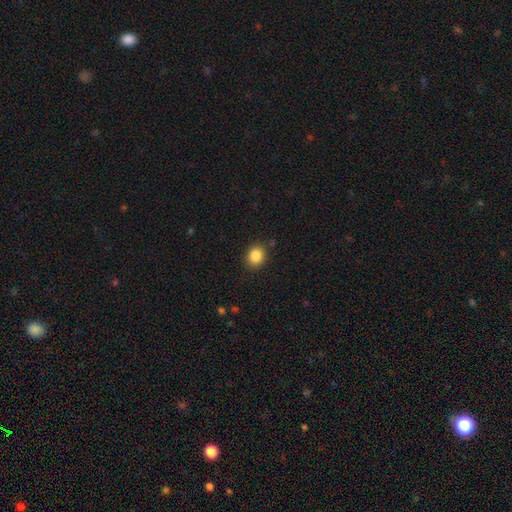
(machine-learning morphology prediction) Overall: smooth (85%). How rounded: round (63%; in between 36%). Merging: none (88%).